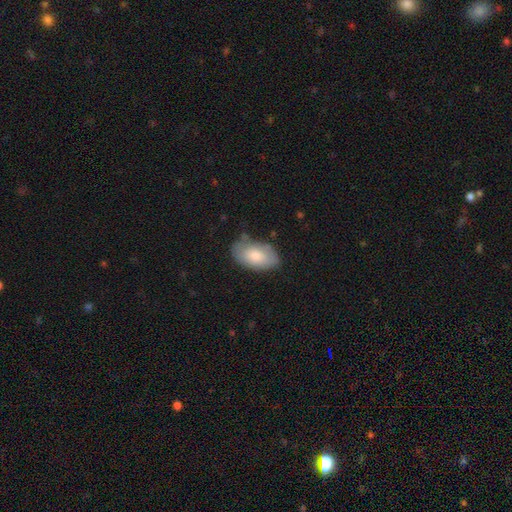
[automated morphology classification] Smooth or featured: smooth — 75% (featured or disk — 19%)
How rounded: in between — 95% (round — 4%)
Merging: none — 67% (minor disturbance — 25%)